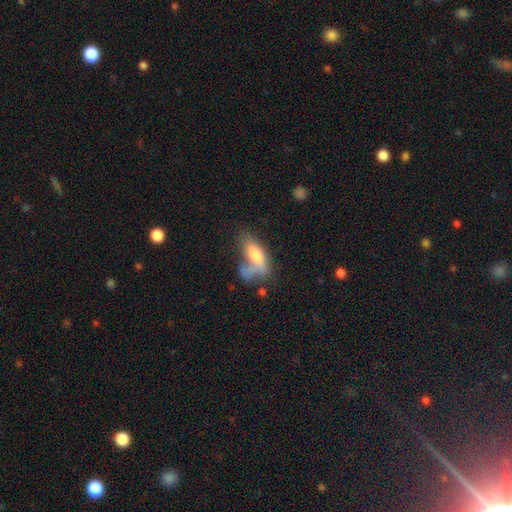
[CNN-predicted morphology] Smooth or featured? Predicted: smooth (p=0.66). How rounded? Predicted: in between (p=0.71). Merging? Predicted: merger (p=0.29).